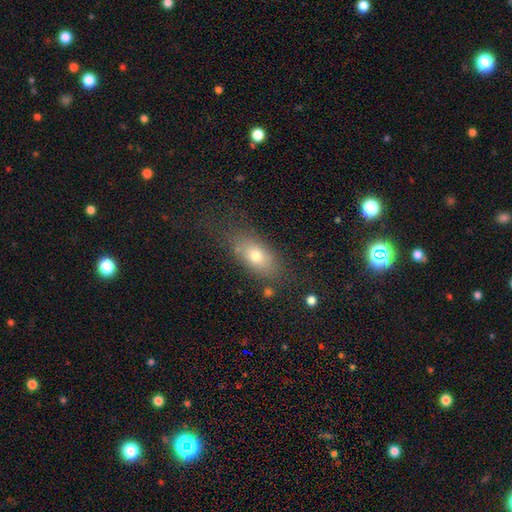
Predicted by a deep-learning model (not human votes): This is likely a smooth galaxy (72%). How rounded: likely in between (80%). Merging: likely none (68%).